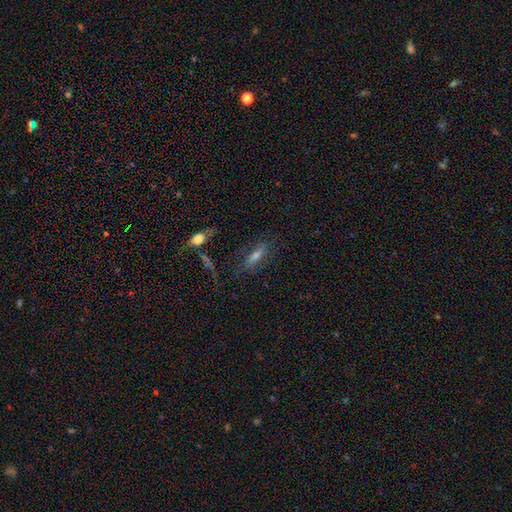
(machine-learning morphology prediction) A smooth galaxy with no disk features (47%).

Vote fractions:
- Smooth or featured? smooth: 47% / featured or disk: 33% / star or artifact: 20%
- Merging? none: 67% / minor disturbance: 17% / major disturbance: 11% / merger: 5%